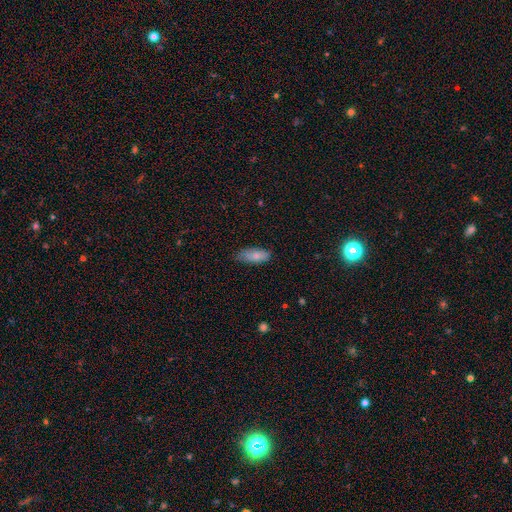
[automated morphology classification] This appears to be a smooth galaxy with no disk features (81%) that is in between round and cigar-shaped (82%). Merging: none (69%).